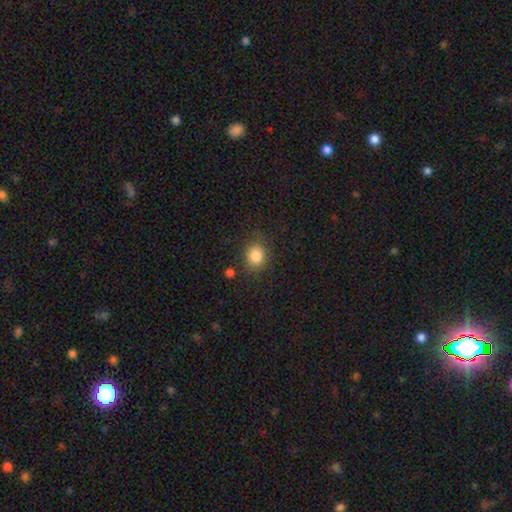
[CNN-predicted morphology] Smooth or featured: smooth — 85% (star or artifact — 10%)
How rounded: round — 69% (in between — 30%)
Merging: none — 81% (minor disturbance — 12%)